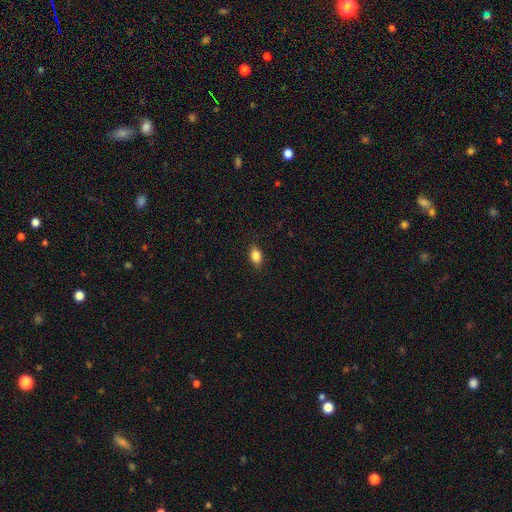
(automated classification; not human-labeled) smooth 85%, star or artifact 9%, featured or disk 6%. Down the decision tree: how rounded — in between (86%); merging — none (88%).